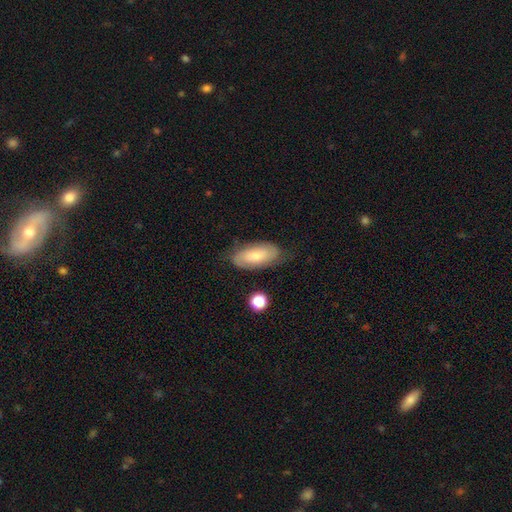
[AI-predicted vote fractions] A smooth galaxy with no disk features (61%) that is in between round and cigar-shaped (86%).

Vote fractions:
- Smooth or featured? smooth: 61% / featured or disk: 32% / star or artifact: 7%
- How rounded? in between: 86% / cigar-shaped: 11% / round: 3%
- Merging? none: 72% / minor disturbance: 20% / major disturbance: 6% / merger: 2%